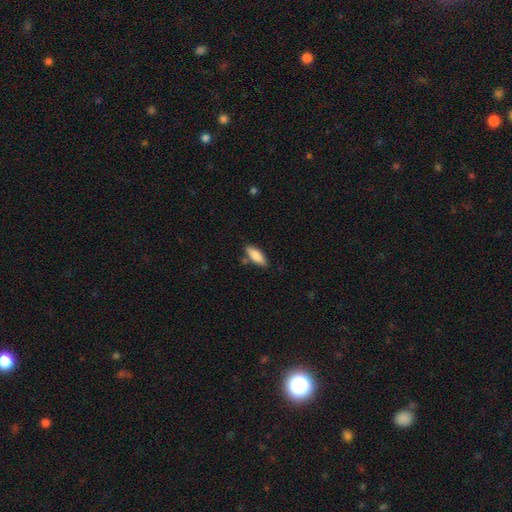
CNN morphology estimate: This appears to be a smooth galaxy with no disk features (81%) that is in between round and cigar-shaped (67%). Merging: none (76%).